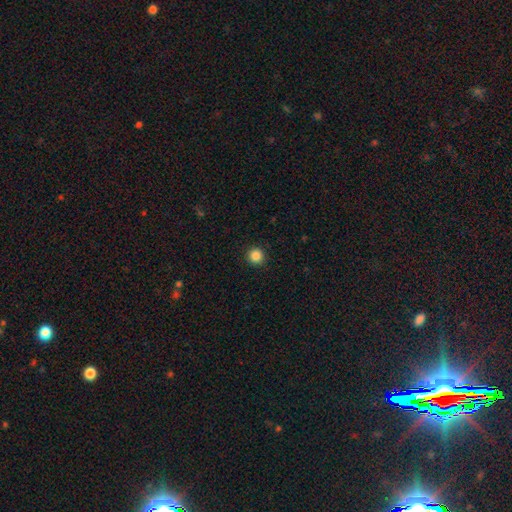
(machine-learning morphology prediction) A smooth galaxy with no disk features (87%) that is round (95%). Merging: none (93%).